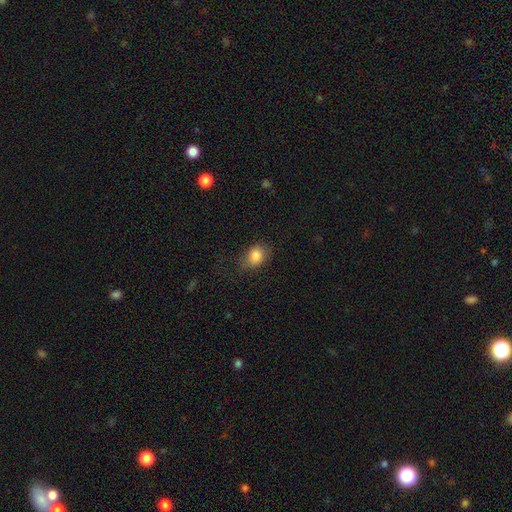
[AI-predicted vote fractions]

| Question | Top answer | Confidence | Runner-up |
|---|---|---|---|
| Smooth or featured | smooth | 85% | star or artifact (9%) |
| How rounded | in between | 59% | round (40%) |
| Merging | none | 61% | minor disturbance (27%) |